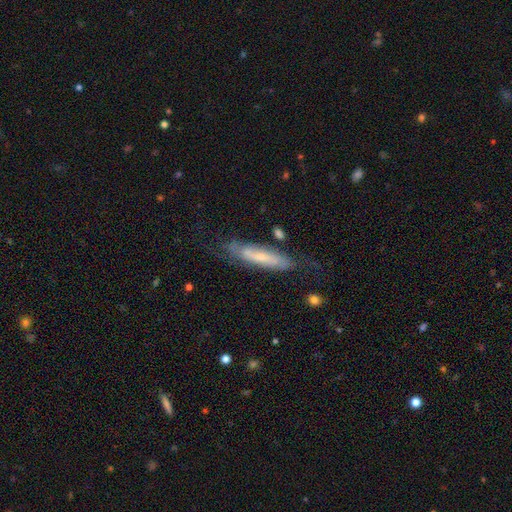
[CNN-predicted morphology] Smooth or featured? Predicted: featured or disk (p=0.57). Edge-on disk? Predicted: yes (p=0.52). Merging? Predicted: none (p=0.67).